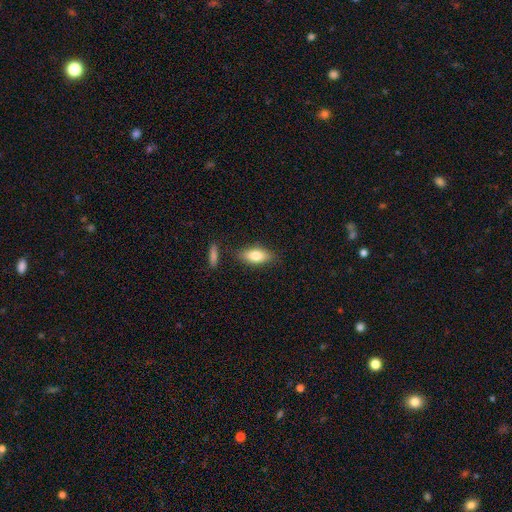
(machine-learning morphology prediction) This is likely a smooth galaxy (79%). How rounded: clearly in between (83%). Merging: likely none (80%).